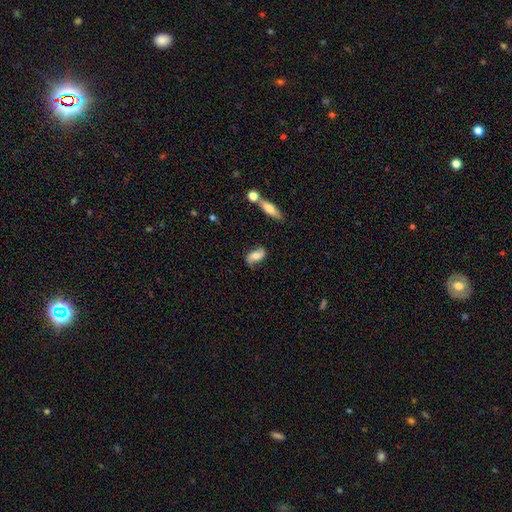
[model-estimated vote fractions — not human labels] The model was most divided on "smooth or featured": featured or disk: 51%, smooth: 41%, star or artifact: 8%. More confident: edge-on disk — no (90%); merging — none (74%).